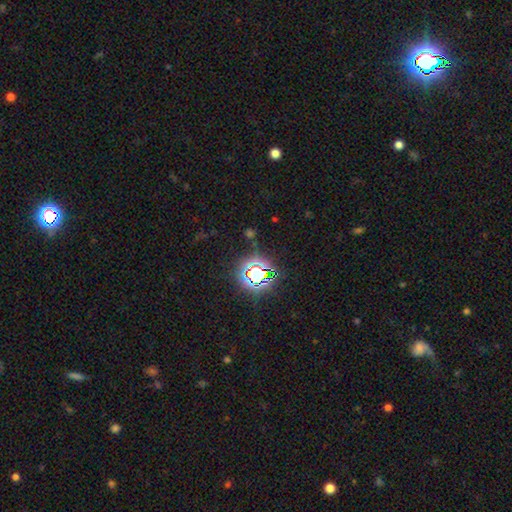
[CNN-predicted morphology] This appears to be a star or artifact, not a galaxy (76%).